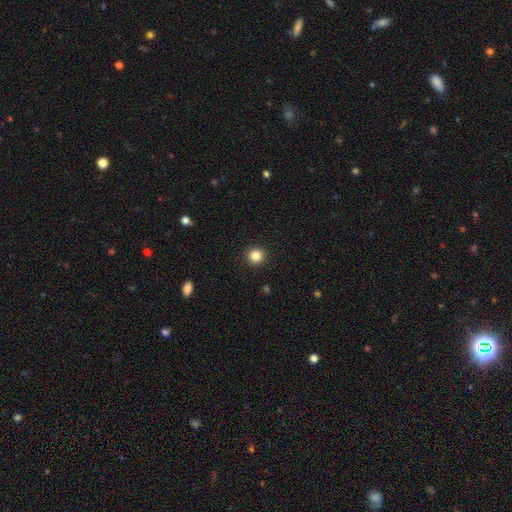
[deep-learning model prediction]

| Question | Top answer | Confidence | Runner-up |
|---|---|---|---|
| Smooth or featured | smooth | 84% | star or artifact (11%) |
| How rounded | round | 95% | in between (5%) |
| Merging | none | 93% | minor disturbance (5%) |